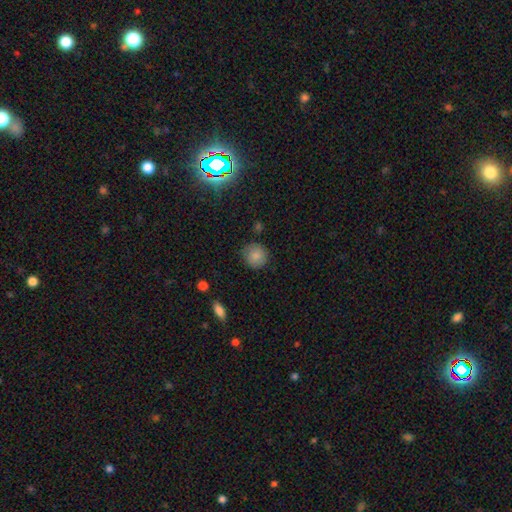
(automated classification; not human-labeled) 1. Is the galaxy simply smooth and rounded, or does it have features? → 82% smooth, 9% star or artifact, 9% featured or disk.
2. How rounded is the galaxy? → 90% round, 9% in between, 1% cigar-shaped.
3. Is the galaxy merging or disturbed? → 82% none, 13% minor disturbance, 3% major disturbance, 2% merger.